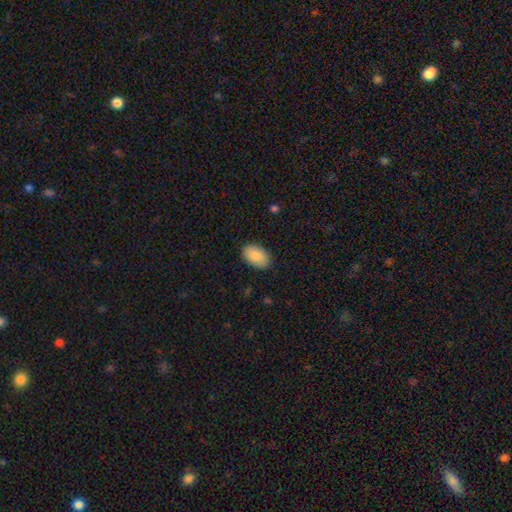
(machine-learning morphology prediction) smooth_or_featured: smooth (p=0.87) [alt: featured or disk p=0.06]
how_rounded: in between (p=0.92) [alt: round p=0.07]
merging: none (p=0.88) [alt: minor disturbance p=0.09]